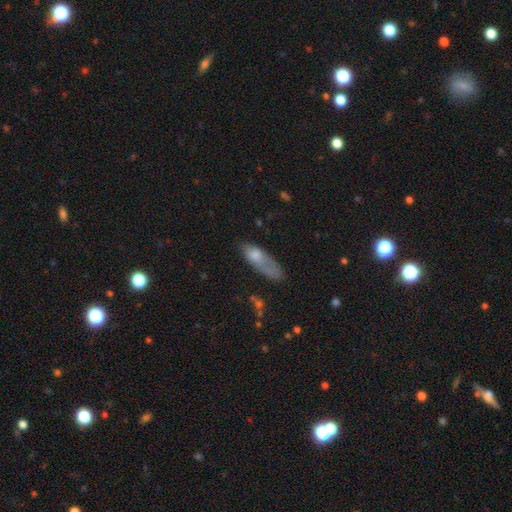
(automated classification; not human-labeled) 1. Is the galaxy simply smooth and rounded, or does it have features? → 62% smooth, 28% featured or disk, 10% star or artifact.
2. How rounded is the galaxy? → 56% in between, 40% cigar-shaped, 4% round.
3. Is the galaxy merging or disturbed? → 34% none, 31% minor disturbance, 30% major disturbance, 5% merger.